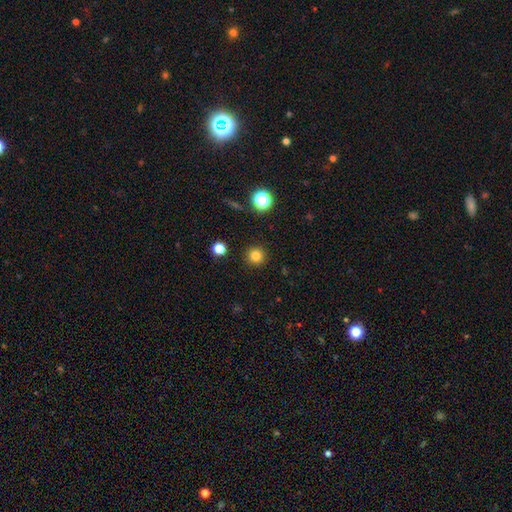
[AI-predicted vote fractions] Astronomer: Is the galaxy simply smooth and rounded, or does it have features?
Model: smooth — 81%.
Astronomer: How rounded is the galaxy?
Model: round — 95%.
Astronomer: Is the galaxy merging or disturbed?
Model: none — 92%.